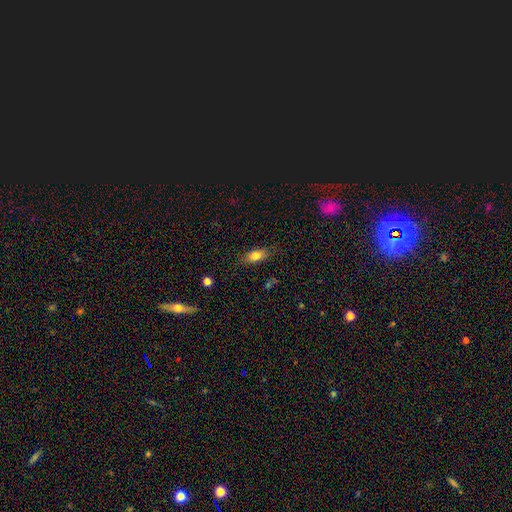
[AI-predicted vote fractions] Q: Smooth or featured?
A: smooth (77%); runner-up: featured or disk (15%)
Q: How rounded?
A: in between (81%); runner-up: cigar-shaped (14%)
Q: Merging?
A: none (80%); runner-up: minor disturbance (15%)